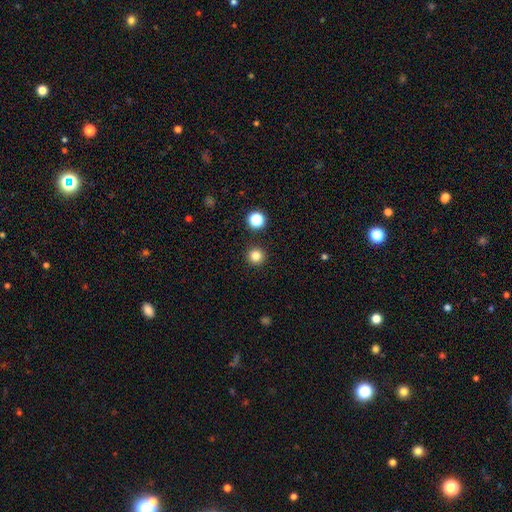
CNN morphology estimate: Q: Smooth or featured?
A: smooth (82%); runner-up: star or artifact (13%)
Q: How rounded?
A: round (96%); runner-up: in between (3%)
Q: Merging?
A: none (92%); runner-up: minor disturbance (4%)